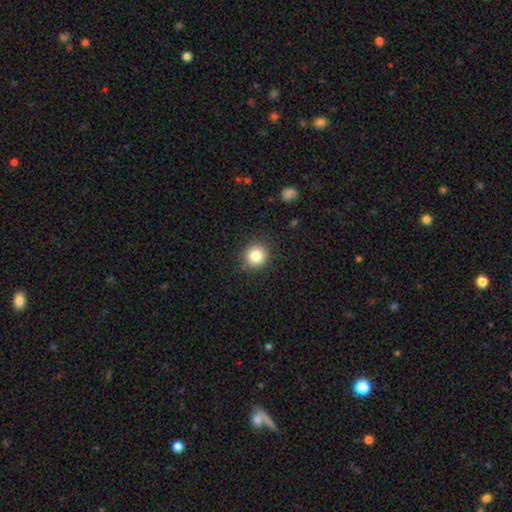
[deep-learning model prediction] The model was most divided on "smooth or featured": smooth: 83%, star or artifact: 11%, featured or disk: 7%. More confident: merging — none (88%); how rounded — round (88%).